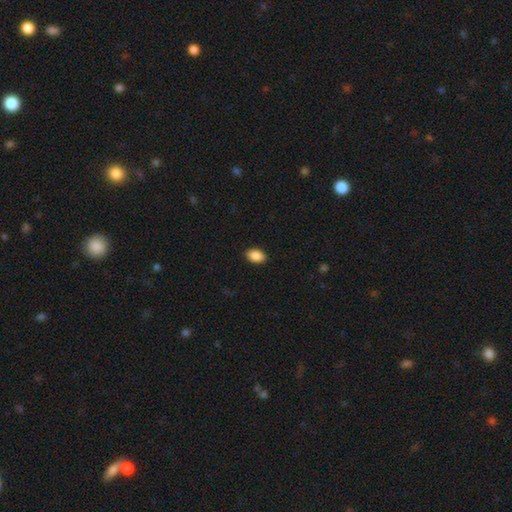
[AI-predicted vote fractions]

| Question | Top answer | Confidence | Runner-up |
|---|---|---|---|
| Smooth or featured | smooth | 90% | star or artifact (7%) |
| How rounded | in between | 89% | round (9%) |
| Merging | none | 90% | minor disturbance (8%) |